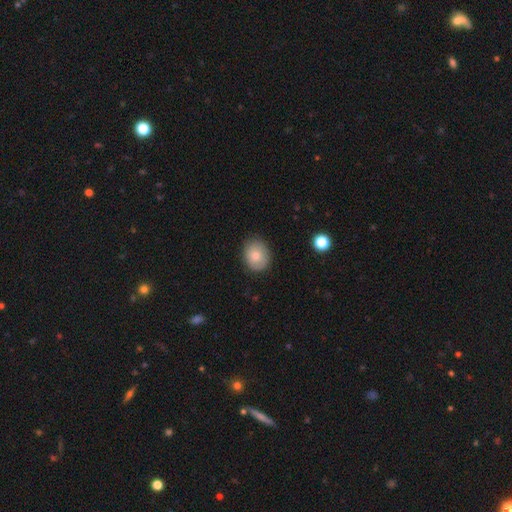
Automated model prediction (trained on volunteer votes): The model was most divided on "how rounded": round: 55%, in between: 44%, cigar-shaped: 1%. More confident: merging — none (84%); smooth or featured — smooth (81%).